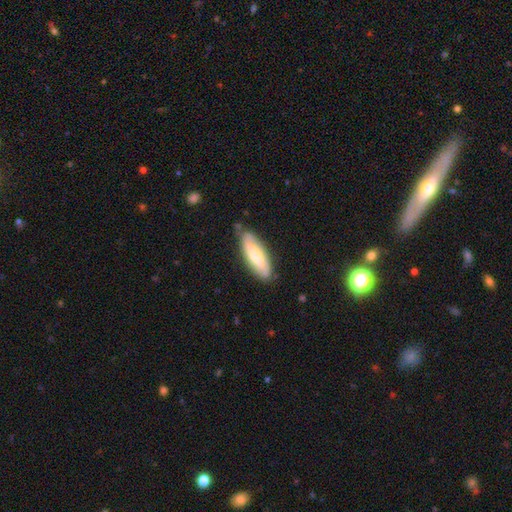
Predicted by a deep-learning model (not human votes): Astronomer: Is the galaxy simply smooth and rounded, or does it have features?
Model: smooth — 60%.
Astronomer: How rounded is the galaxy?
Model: in between — 56% (runner-up: cigar-shaped, 43%).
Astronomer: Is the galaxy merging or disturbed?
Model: none — 75%.